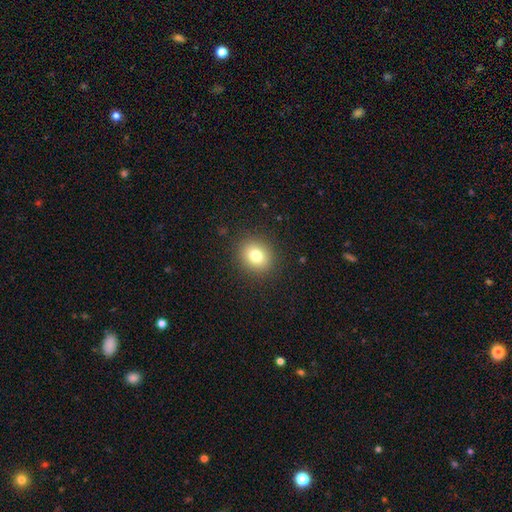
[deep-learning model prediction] Overall: smooth (79%). How rounded: round (77%). Merging: none (89%).